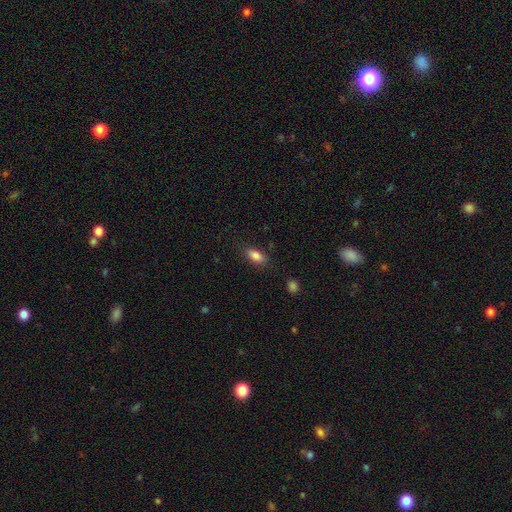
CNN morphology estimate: Smooth or featured?
  - smooth: 85% *
  - star or artifact: 8%
  - featured or disk: 7%
How rounded?
  - in between: 86% *
  - cigar-shaped: 10%
  - round: 4%
Merging?
  - none: 82% *
  - minor disturbance: 13%
  - major disturbance: 3%
  - merger: 2%